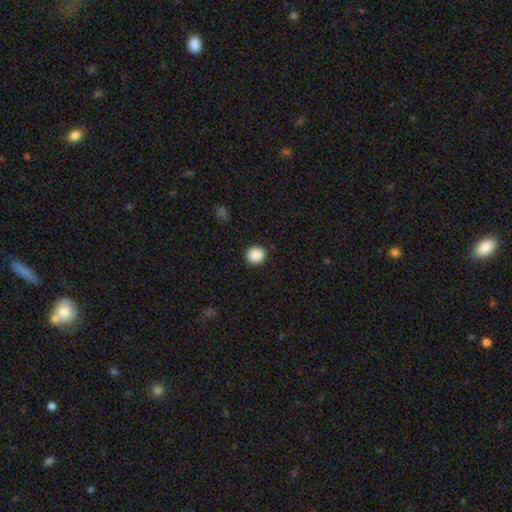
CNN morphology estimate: Smooth or featured? smooth (89%)
How rounded? round (87%)
Merging? none (91%)